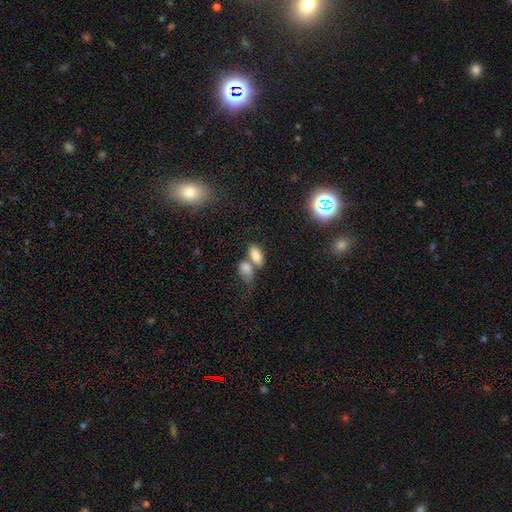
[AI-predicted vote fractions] Q: Smooth or featured?
A: smooth (80%); runner-up: star or artifact (10%)
Q: How rounded?
A: in between (90%); runner-up: round (5%)
Q: Merging?
A: merger (52%); runner-up: none (31%)